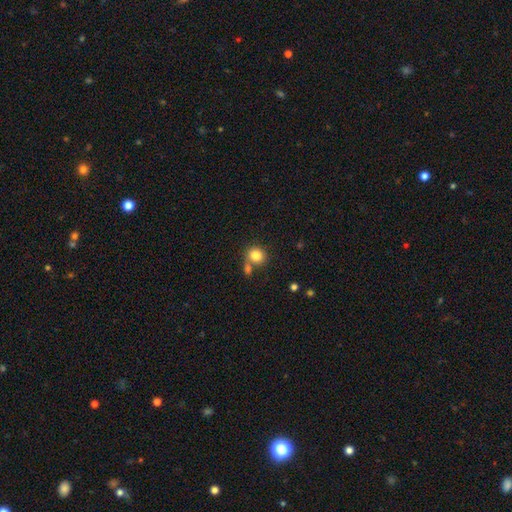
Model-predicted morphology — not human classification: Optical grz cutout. It shows a smooth galaxy with no disk features (83%) that is round (81%). Merging: none (61%).